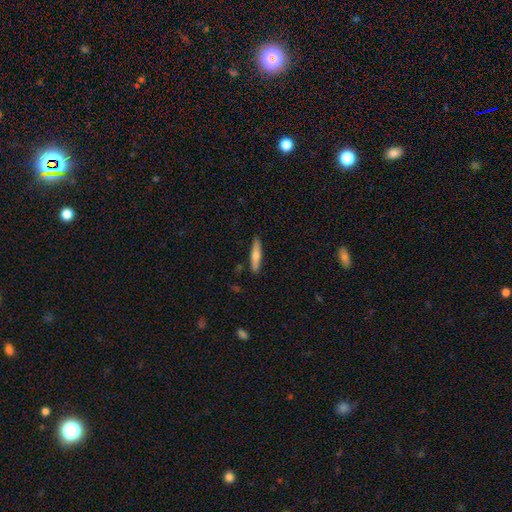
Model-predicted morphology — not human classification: Smooth or featured: smooth — 62% (featured or disk — 33%)
How rounded: cigar-shaped — 86% (in between — 12%)
Merging: none — 89% (minor disturbance — 8%)